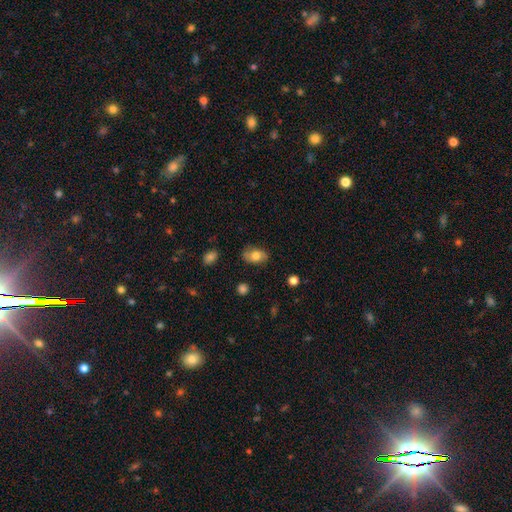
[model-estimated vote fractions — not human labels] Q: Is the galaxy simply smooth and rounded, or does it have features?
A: smooth — 66%.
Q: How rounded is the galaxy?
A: in between — 83%.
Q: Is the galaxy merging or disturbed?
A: none — 75%.